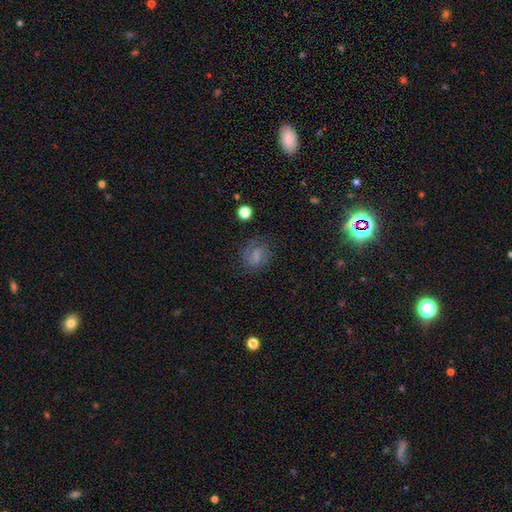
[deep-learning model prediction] A smooth galaxy with no disk features (52%) that is round (52%). Merging: none (66%).